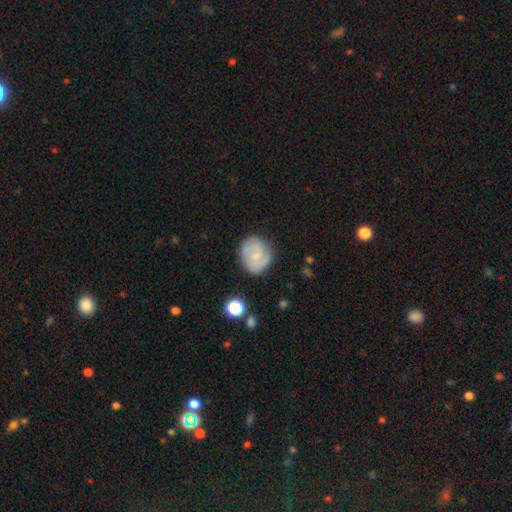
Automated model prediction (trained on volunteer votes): Smooth or featured?
  - featured or disk: 58% *
  - smooth: 35%
  - star or artifact: 7%
Edge-on disk?
  - no: 98% *
  - yes: 2%
Bar?
  - no: 60% *
  - weak: 35%
  - strong: 5%
Spiral arms?
  - yes: 88% *
  - no: 12%
Bulge size?
  - small: 65% *
  - moderate: 21%
  - none: 11%
  - large: 1%
  - dominant: 1%
Merging?
  - none: 77% *
  - minor disturbance: 16%
  - major disturbance: 5%
  - merger: 2%